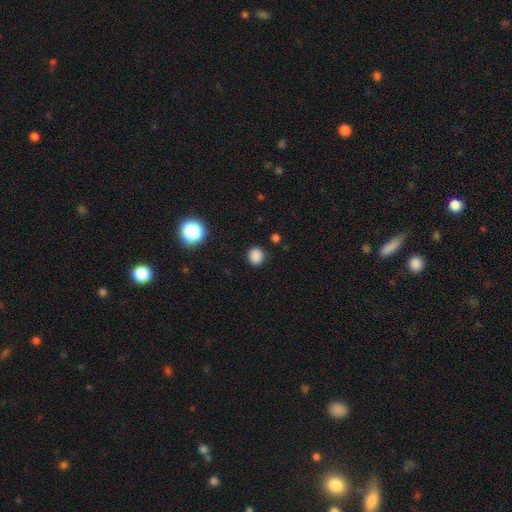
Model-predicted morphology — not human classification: Smooth or featured: smooth — 84% (star or artifact — 13%)
How rounded: round — 87% (in between — 12%)
Merging: none — 89% (minor disturbance — 7%)